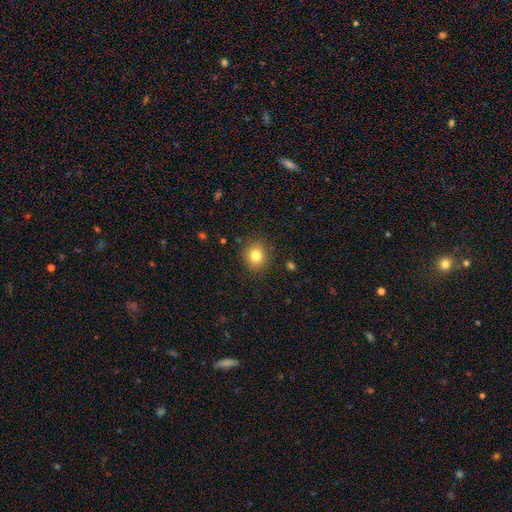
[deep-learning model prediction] Smooth or featured?
  - smooth: 81% *
  - star or artifact: 12%
  - featured or disk: 8%
How rounded?
  - round: 83% *
  - in between: 16%
  - cigar-shaped: 1%
Merging?
  - none: 88% *
  - minor disturbance: 8%
  - major disturbance: 3%
  - merger: 1%